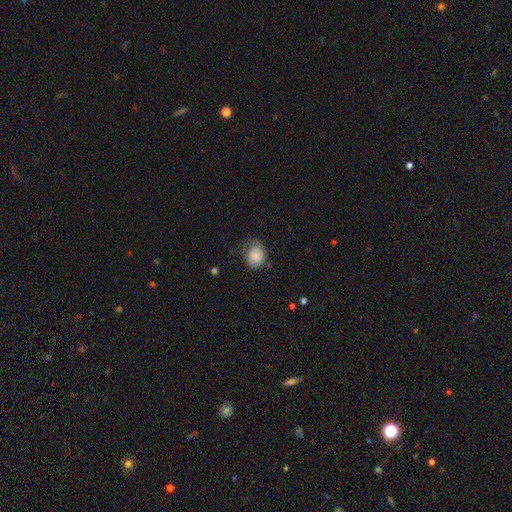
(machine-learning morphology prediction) This is likely a smooth galaxy (79%). How rounded: possibly in between (55%). Merging: possibly none (46%).